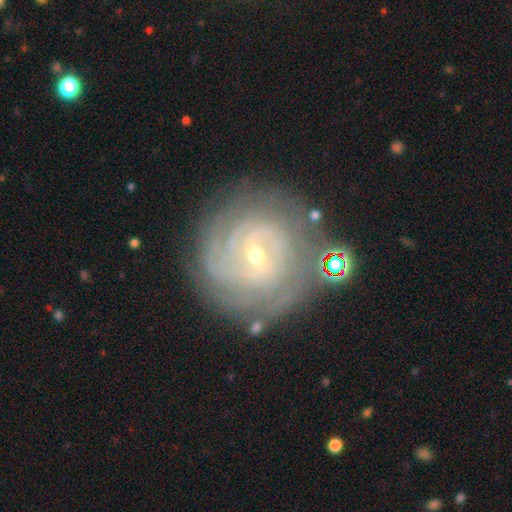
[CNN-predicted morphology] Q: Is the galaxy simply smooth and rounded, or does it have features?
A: featured or disk — 85%.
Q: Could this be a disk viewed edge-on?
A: no — 97%.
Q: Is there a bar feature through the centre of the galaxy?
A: weak — 46%.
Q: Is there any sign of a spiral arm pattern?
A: yes — 96%.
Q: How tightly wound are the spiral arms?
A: tight — 79%.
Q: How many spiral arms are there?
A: can't tell — 31%.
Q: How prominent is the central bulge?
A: small — 76%.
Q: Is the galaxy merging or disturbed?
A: none — 76%.